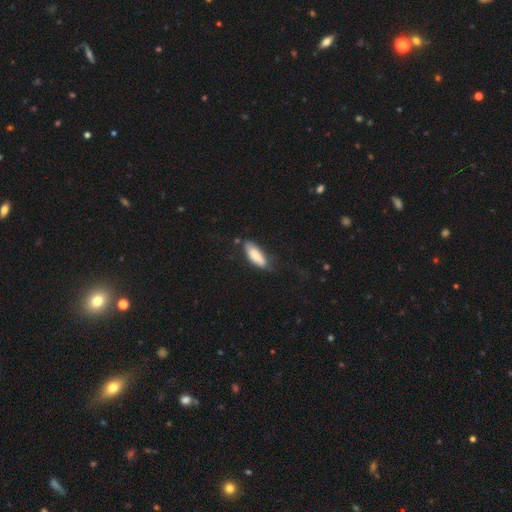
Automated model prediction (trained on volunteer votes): A smooth galaxy with no disk features (79%) that is in between round and cigar-shaped (69%).

Vote fractions:
- Smooth or featured? smooth: 79% / featured or disk: 16% / star or artifact: 6%
- How rounded? in between: 69% / cigar-shaped: 29% / round: 2%
- Merging? none: 65% / minor disturbance: 25% / major disturbance: 8% / merger: 3%